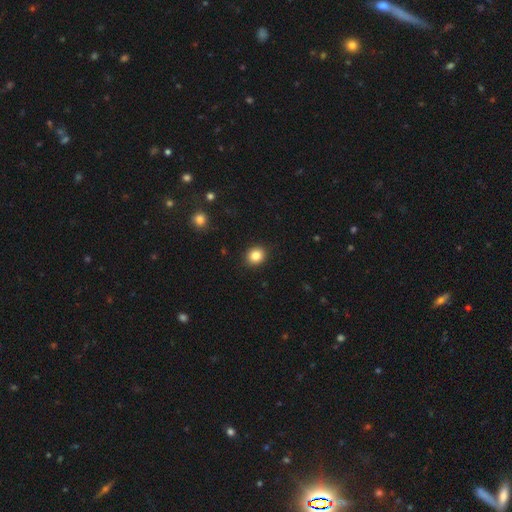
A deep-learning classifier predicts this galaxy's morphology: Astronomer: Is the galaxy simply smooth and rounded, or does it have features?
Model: smooth — 84%.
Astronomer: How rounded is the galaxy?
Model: round — 76%.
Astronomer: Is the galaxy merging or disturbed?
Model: none — 91%.